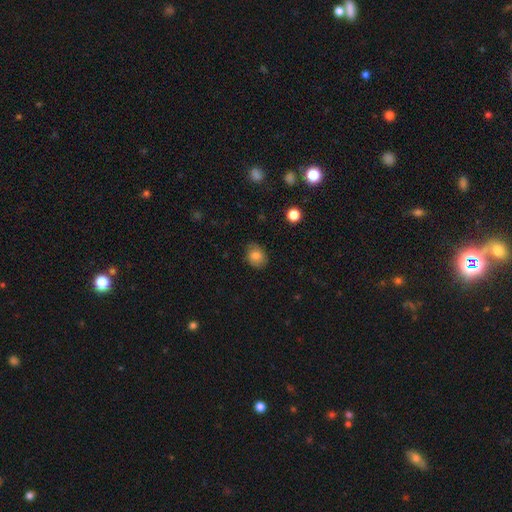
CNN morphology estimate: Q: Smooth or featured?
A: smooth (81%); runner-up: featured or disk (10%)
Q: How rounded?
A: in between (53%); runner-up: round (46%)
Q: Merging?
A: none (76%); runner-up: minor disturbance (19%)